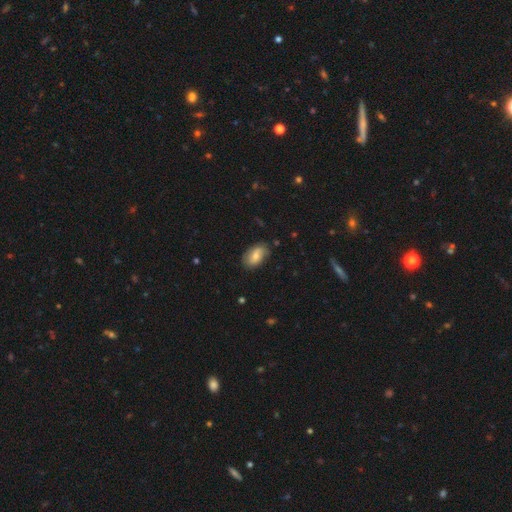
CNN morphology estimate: A smooth galaxy with no disk features (63%) that is in between round and cigar-shaped (90%).

Vote fractions:
- Smooth or featured? smooth: 63% / featured or disk: 29% / star or artifact: 8%
- How rounded? in between: 90% / round: 7% / cigar-shaped: 2%
- Merging? none: 74% / minor disturbance: 20% / major disturbance: 4% / merger: 2%